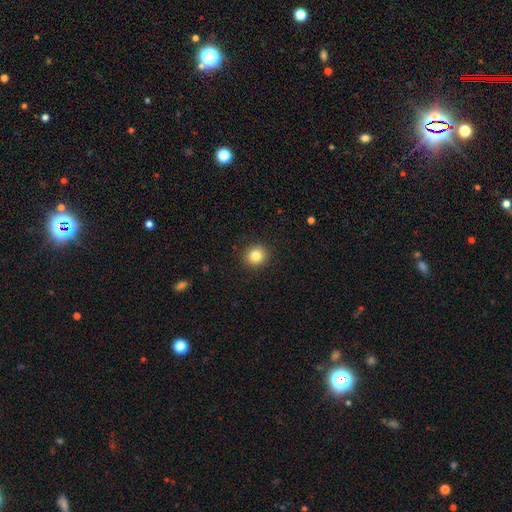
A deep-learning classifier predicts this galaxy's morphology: smooth_or_featured: smooth (p=0.83) [alt: star or artifact p=0.11]
how_rounded: round (p=0.89) [alt: in between p=0.10]
merging: none (p=0.92) [alt: minor disturbance p=0.06]